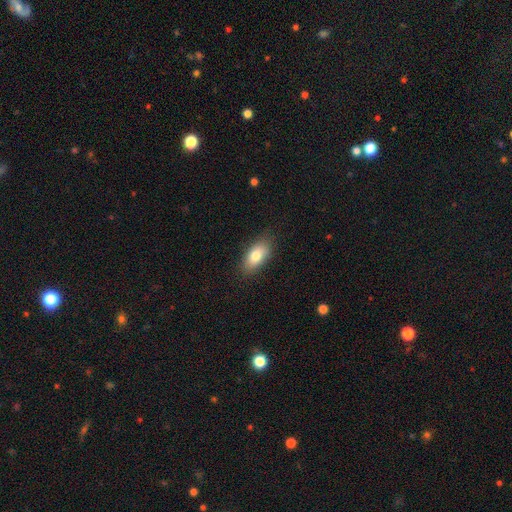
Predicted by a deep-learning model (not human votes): smooth 79%, featured or disk 14%, star or artifact 8%. Down the decision tree: how rounded — in between (89%); merging — none (83%).